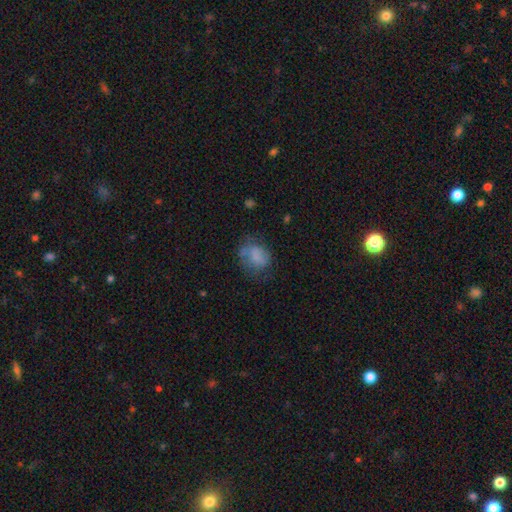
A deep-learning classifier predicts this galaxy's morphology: Q: Smooth or featured?
A: smooth (71%); runner-up: featured or disk (19%)
Q: How rounded?
A: in between (52%); runner-up: round (47%)
Q: Merging?
A: none (50%); runner-up: minor disturbance (28%)